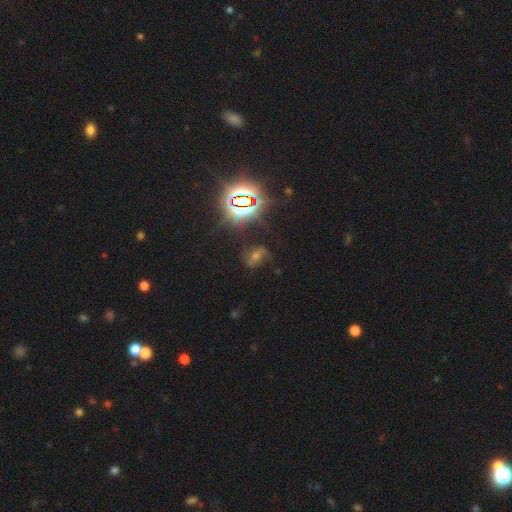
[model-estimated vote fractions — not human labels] This is possibly a star or artifact rather than a galaxy (47%).